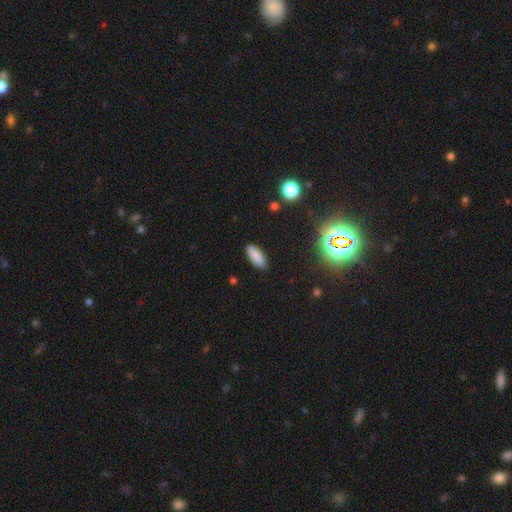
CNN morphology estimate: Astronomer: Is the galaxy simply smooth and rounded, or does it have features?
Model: smooth — 85%.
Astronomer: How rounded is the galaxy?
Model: in between — 82%.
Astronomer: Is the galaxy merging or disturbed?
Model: none — 88%.